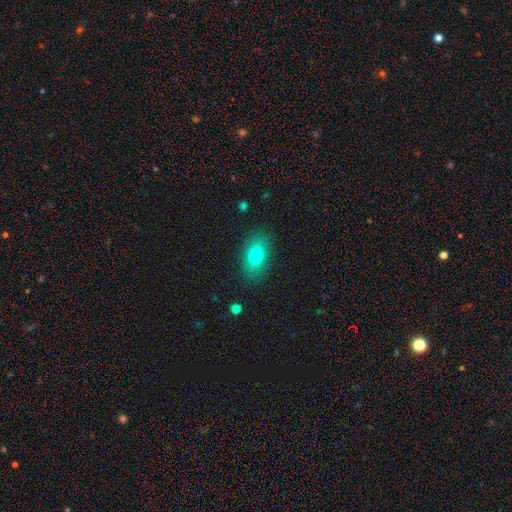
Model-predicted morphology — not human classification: A smooth galaxy with no disk features (78%) that is in between round and cigar-shaped (87%). Merging: none (85%).